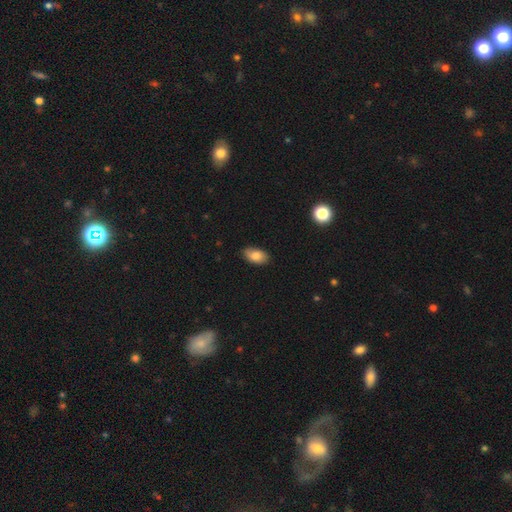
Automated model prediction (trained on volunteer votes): A smooth galaxy with no disk features (82%) that is in between round and cigar-shaped (93%). Merging: none (84%).